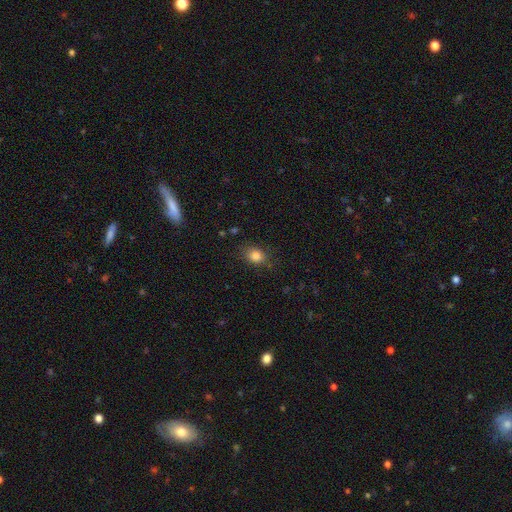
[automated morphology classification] Smooth or featured? Predicted: smooth (p=0.84). How rounded? Predicted: in between (p=0.52). Merging? Predicted: none (p=0.80).